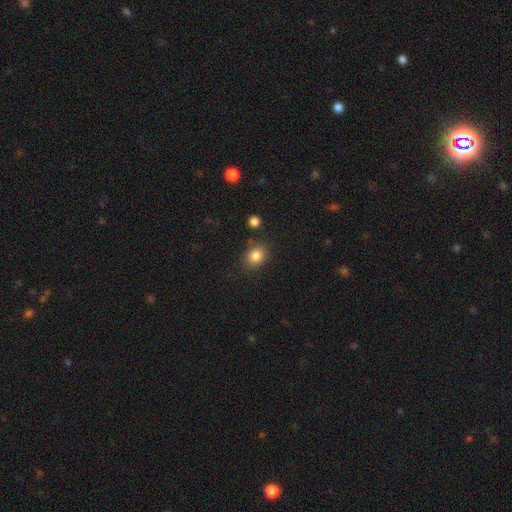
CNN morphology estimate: smooth_or_featured: smooth (p=0.84) [alt: star or artifact p=0.10]
how_rounded: round (p=0.58) [alt: in between p=0.41]
merging: none (p=0.79) [alt: minor disturbance p=0.13]